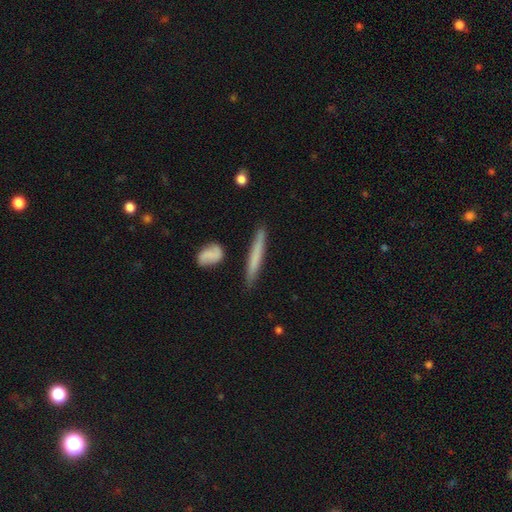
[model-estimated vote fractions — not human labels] Smooth or featured? smooth (61%)
How rounded? cigar-shaped (95%)
Merging? none (83%)